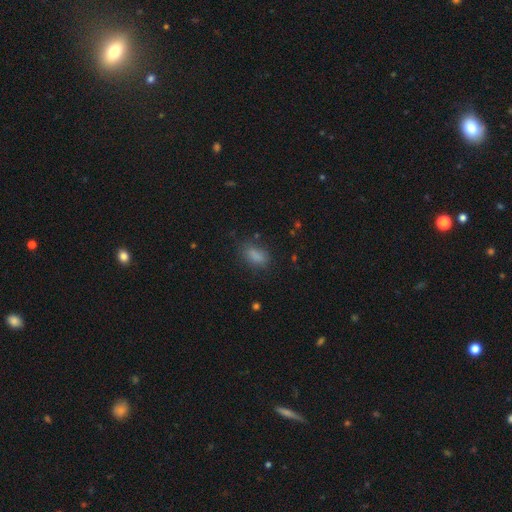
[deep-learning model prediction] Smooth or featured?
  - smooth: 83% *
  - star or artifact: 11%
  - featured or disk: 6%
How rounded?
  - in between: 84% *
  - cigar-shaped: 9%
  - round: 7%
Merging?
  - none: 72% *
  - minor disturbance: 18%
  - major disturbance: 7%
  - merger: 2%